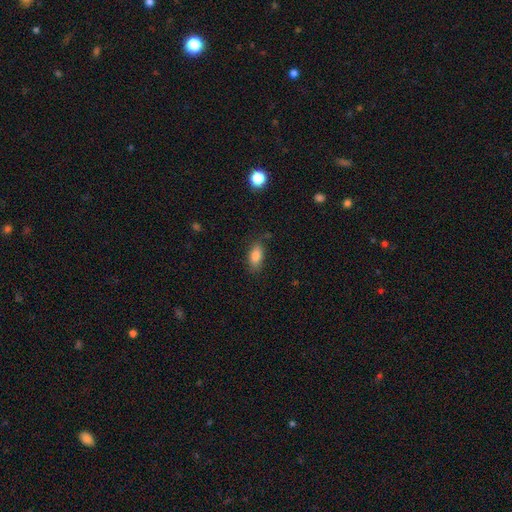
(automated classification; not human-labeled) A smooth galaxy with no disk features (84%) that is in between round and cigar-shaped (87%).

Vote fractions:
- Smooth or featured? smooth: 84% / star or artifact: 8% / featured or disk: 8%
- How rounded? in between: 87% / cigar-shaped: 8% / round: 5%
- Merging? none: 78% / minor disturbance: 16% / major disturbance: 4% / merger: 2%